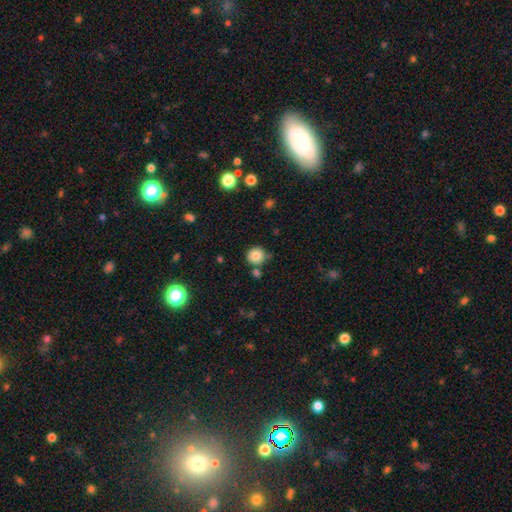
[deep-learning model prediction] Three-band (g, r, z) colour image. It shows a smooth galaxy with no disk features (82%) that is round (92%). Merging: none (76%).